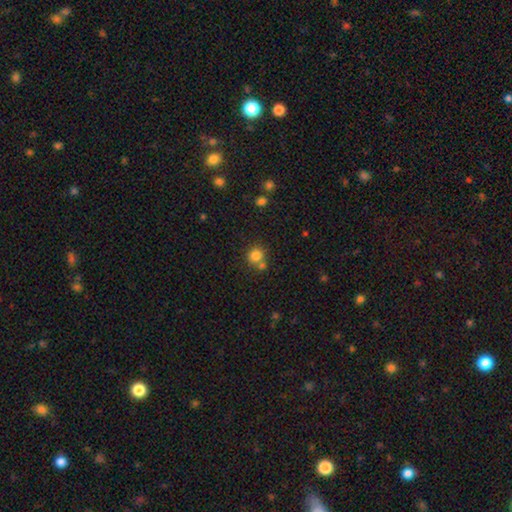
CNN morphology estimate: A smooth galaxy with no disk features (80%) that is round (88%). Merging: none (60%).